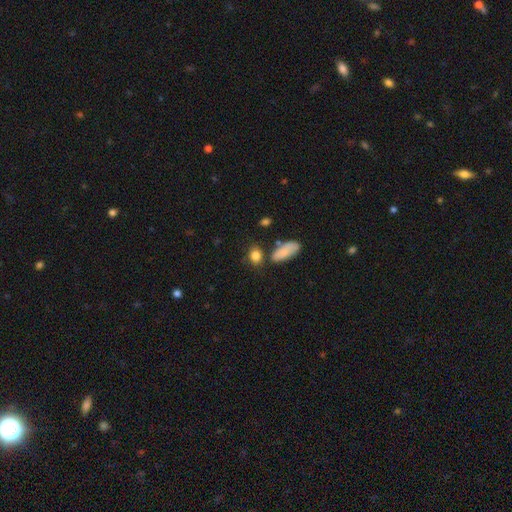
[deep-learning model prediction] The model was most divided on "how rounded" (2-way tie): in between: 48%, round: 48%, cigar-shaped: 4%. More confident: smooth or featured — smooth (85%); merging — none (69%).